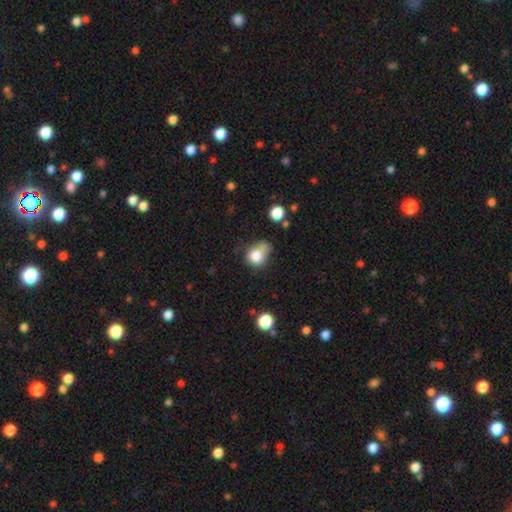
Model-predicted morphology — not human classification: This is likely a smooth galaxy (79%). How rounded: likely round (74%). Merging: marginally none (41%).